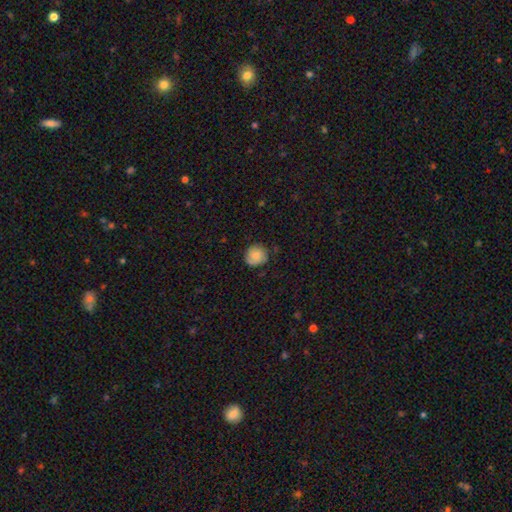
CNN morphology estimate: smooth 80%, featured or disk 12%, star or artifact 8%. Down the decision tree: how rounded — round (87%); merging — none (77%).